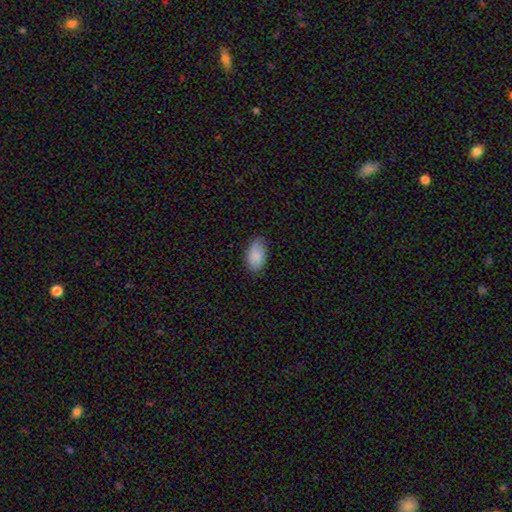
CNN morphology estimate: Q: Smooth or featured?
A: smooth (87%); runner-up: featured or disk (7%)
Q: How rounded?
A: in between (94%); runner-up: round (4%)
Q: Merging?
A: none (74%); runner-up: minor disturbance (21%)